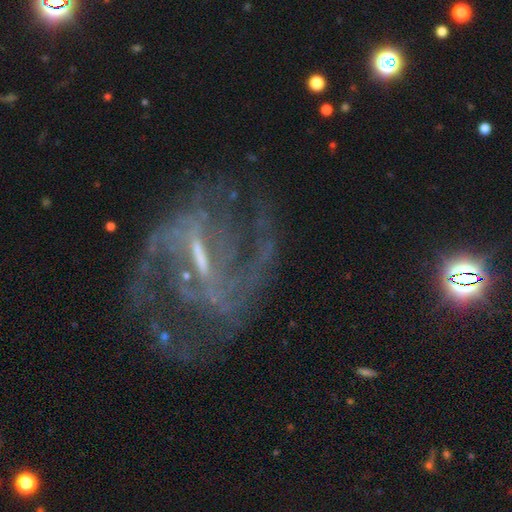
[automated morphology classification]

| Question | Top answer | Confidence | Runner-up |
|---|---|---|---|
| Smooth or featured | featured or disk | 88% | star or artifact (8%) |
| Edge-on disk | no | 97% | yes (3%) |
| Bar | strong | 52% | weak (39%) |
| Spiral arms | yes | 94% | no (6%) |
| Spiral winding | medium | 53% | loose (27%) |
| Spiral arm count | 2 | 72% | can't tell (11%) |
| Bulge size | small | 46% | none (25%) |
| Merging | none | 61% | major disturbance (19%) |